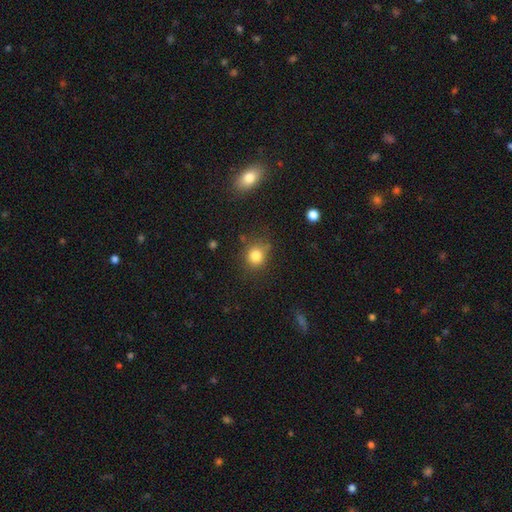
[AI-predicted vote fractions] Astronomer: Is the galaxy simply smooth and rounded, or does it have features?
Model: smooth — 82%.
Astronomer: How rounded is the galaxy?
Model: round — 81%.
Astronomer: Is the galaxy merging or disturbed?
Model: none — 73%.